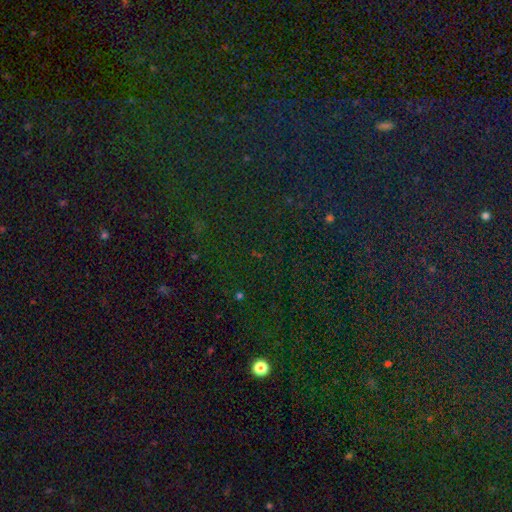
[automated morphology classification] Smooth or featured? Predicted: star or artifact (p=0.82).